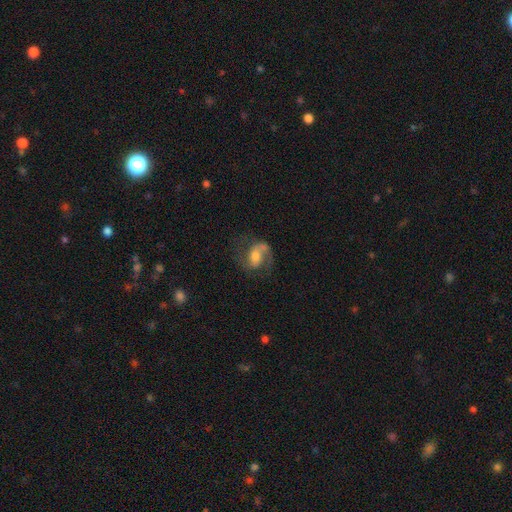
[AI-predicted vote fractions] smooth_or_featured: featured or disk (p=0.75) [alt: smooth p=0.18]
disk_edge_on: no (p=0.97) [alt: yes p=0.03]
bar: no (p=0.45) [alt: weak p=0.41]
has_spiral_arms: yes (p=0.93) [alt: no p=0.07]
spiral_winding: medium (p=0.50) [alt: loose p=0.31]
spiral_arm_count: 2 (p=0.66) [alt: 1 p=0.26]
bulge_size: moderate (p=0.55) [alt: small p=0.27]
merging: none (p=0.57) [alt: major disturbance p=0.21]